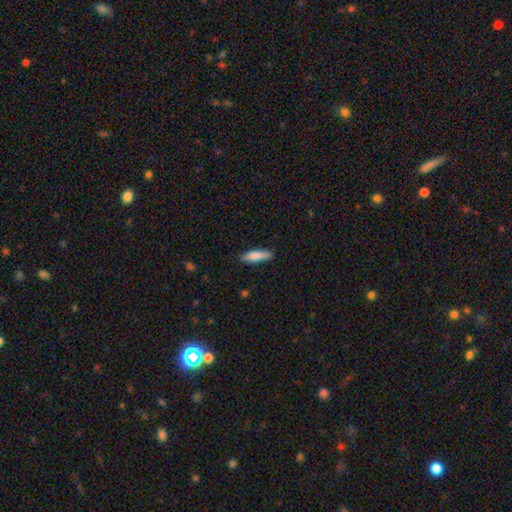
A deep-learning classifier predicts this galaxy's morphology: type=smooth (81%); roundness=cigar-shaped (69%); merging=none (83%).